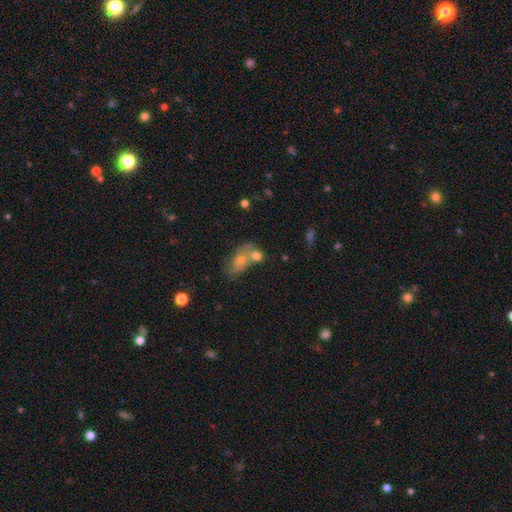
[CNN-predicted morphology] Smooth or featured? Predicted: smooth (p=0.49). Merging? Predicted: none (p=0.43).